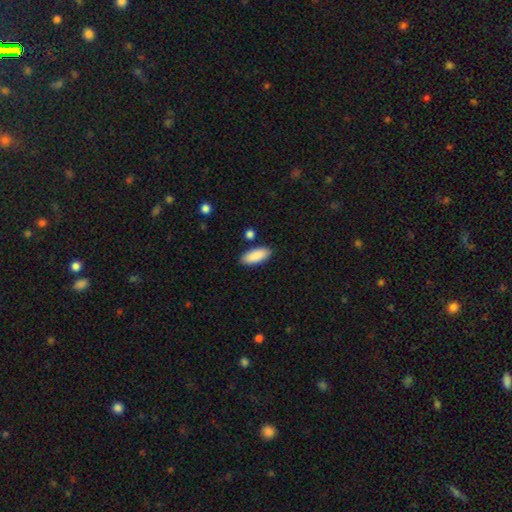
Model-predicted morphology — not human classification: Smooth or featured?
  - smooth: 90% *
  - star or artifact: 6%
  - featured or disk: 5%
How rounded?
  - in between: 80% *
  - cigar-shaped: 18%
  - round: 2%
Merging?
  - none: 84% *
  - minor disturbance: 9%
  - merger: 4%
  - major disturbance: 2%